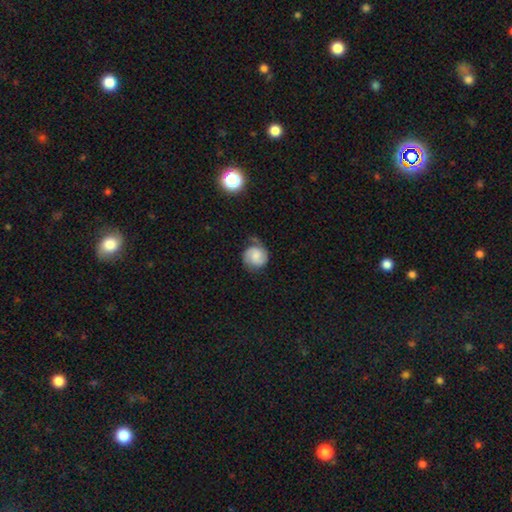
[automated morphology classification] A featured or disk galaxy (62%) with no bar (51%), 2 (81%) tight (44%) spiral arms (94%) and a moderate central bulge (35%). Merging: none (65%).